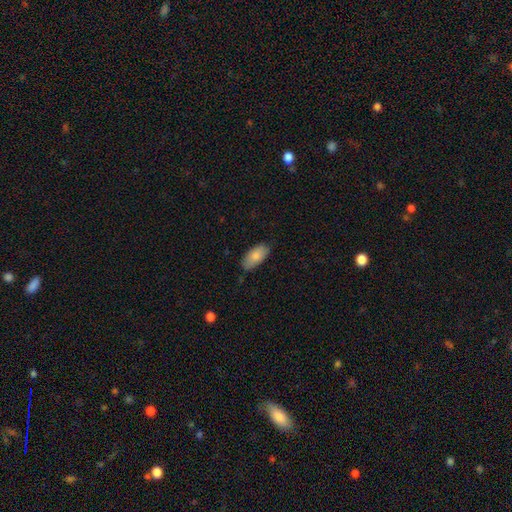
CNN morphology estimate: The model was most divided on "merging": none: 81%, minor disturbance: 16%, major disturbance: 2%, merger: 1%. More confident: how rounded — in between (92%); smooth or featured — smooth (83%).